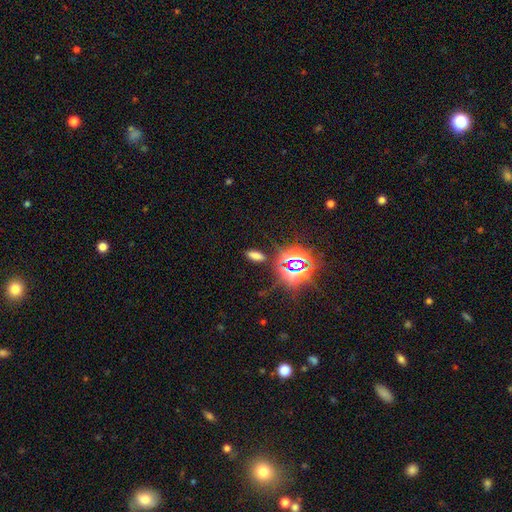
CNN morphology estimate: Smooth or featured? smooth (59%)
How rounded? in between (71%)
Merging? none (85%)